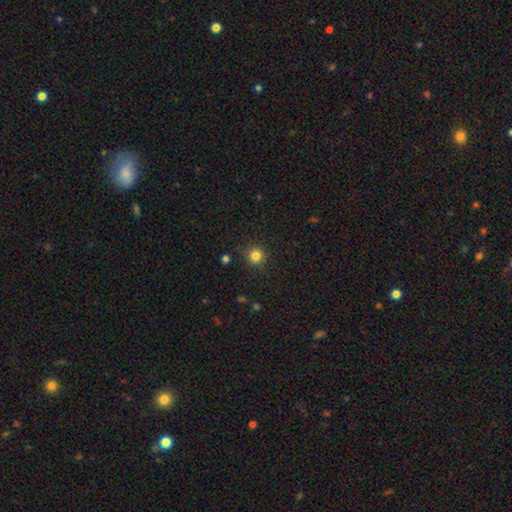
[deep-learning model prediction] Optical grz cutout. It shows a smooth galaxy with no disk features (83%) that is round (94%). Merging: none (88%).